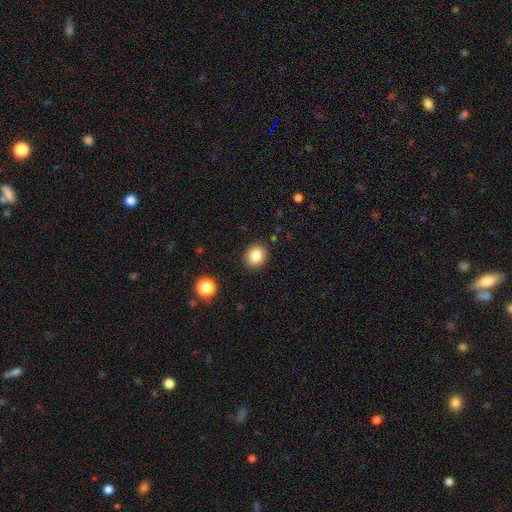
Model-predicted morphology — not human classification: Q: Smooth or featured?
A: smooth (84%); runner-up: star or artifact (10%)
Q: How rounded?
A: round (66%); runner-up: in between (34%)
Q: Merging?
A: none (90%); runner-up: minor disturbance (7%)